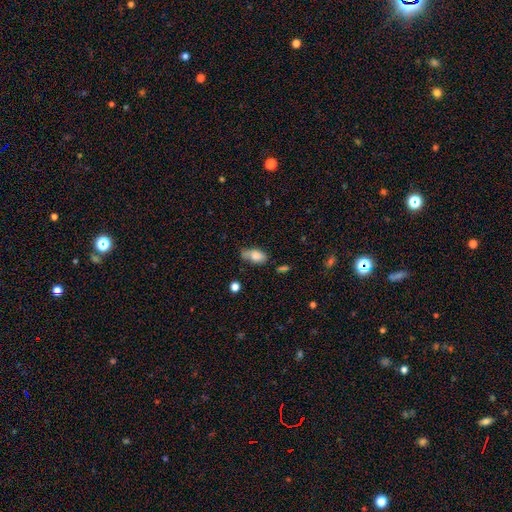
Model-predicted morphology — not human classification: Smooth or featured? smooth (77%)
How rounded? in between (90%)
Merging? none (45%)